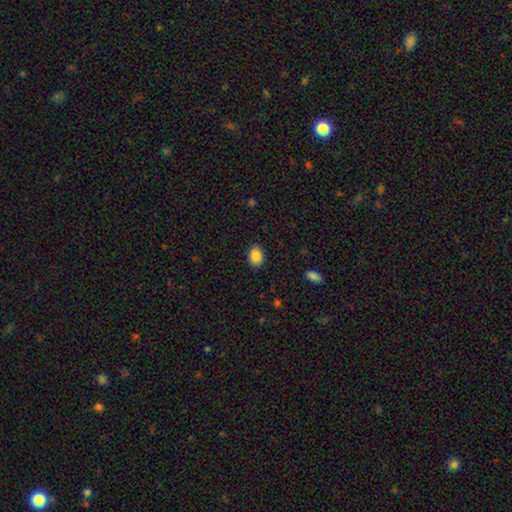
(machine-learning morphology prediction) Q: Smooth or featured?
A: smooth (88%); runner-up: star or artifact (8%)
Q: How rounded?
A: in between (68%); runner-up: round (31%)
Q: Merging?
A: none (89%); runner-up: minor disturbance (8%)